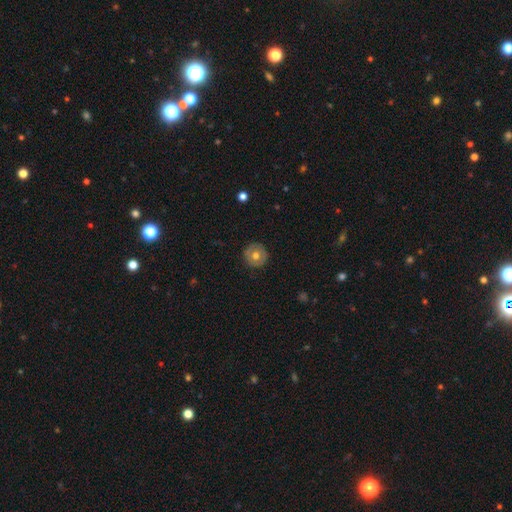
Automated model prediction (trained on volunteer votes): smooth 61%, featured or disk 31%, star or artifact 7%. Down the decision tree: how rounded — round (95%); merging — none (89%).